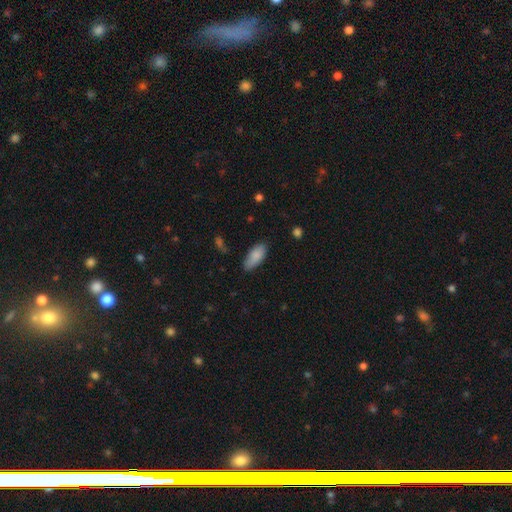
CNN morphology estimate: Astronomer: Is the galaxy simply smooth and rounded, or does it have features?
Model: smooth — 86%.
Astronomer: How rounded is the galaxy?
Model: in between — 86%.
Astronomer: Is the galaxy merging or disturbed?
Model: none — 73%.